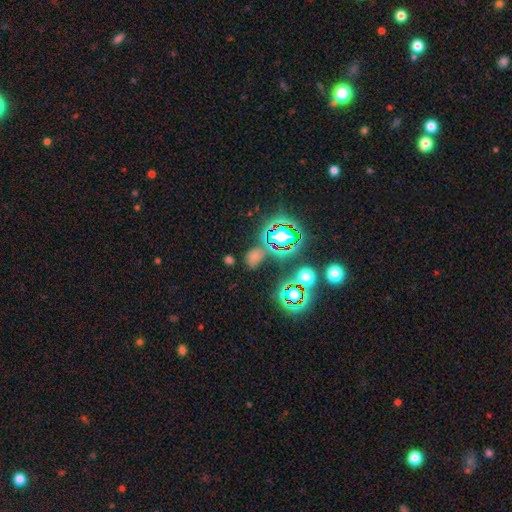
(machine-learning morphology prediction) type=star or artifact (49%).